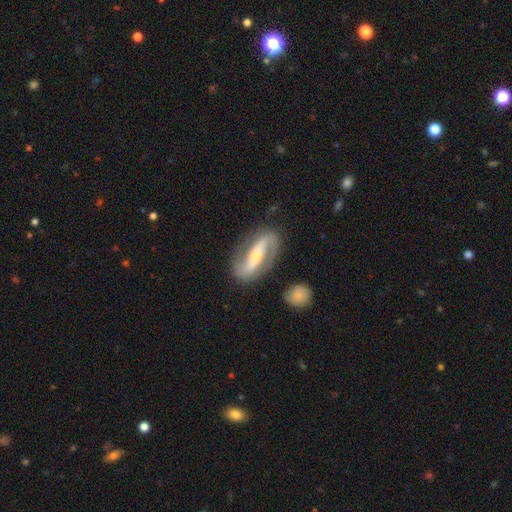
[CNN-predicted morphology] This appears to be a featured or disk galaxy (84%) with a strong bar (64%), 2 (90%) medium (42%) spiral arms (92%) and a small central bulge (51%). Merging: none (83%).